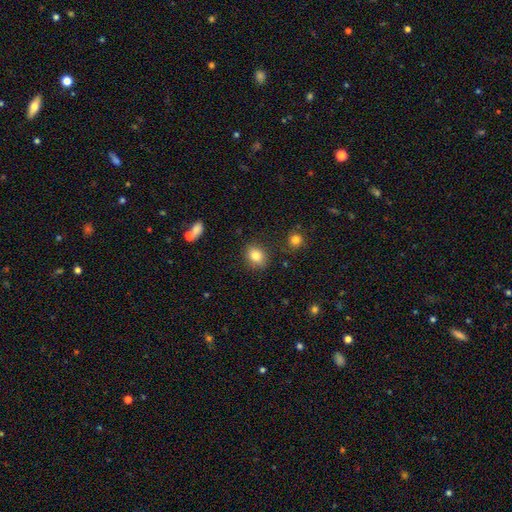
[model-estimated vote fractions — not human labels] Smooth or featured?
  - smooth: 82% *
  - star or artifact: 10%
  - featured or disk: 8%
How rounded?
  - round: 55% *
  - in between: 44%
  - cigar-shaped: 1%
Merging?
  - none: 85% *
  - minor disturbance: 10%
  - major disturbance: 3%
  - merger: 3%